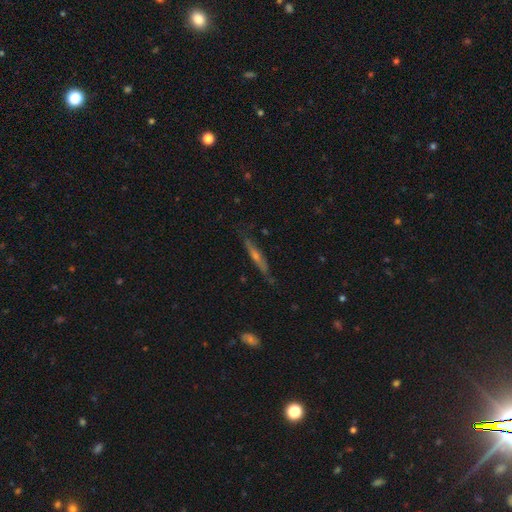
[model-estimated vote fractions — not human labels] This is likely a featured or disk galaxy (66%). It is clearly viewed edge-on (92%). Edge-on bulge: likely rounded (70%). Merging: clearly none (80%).